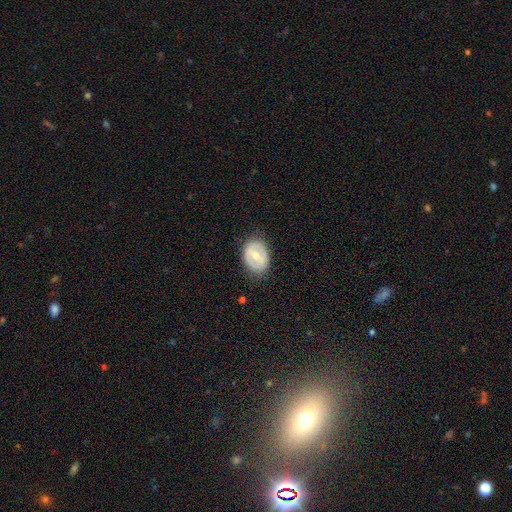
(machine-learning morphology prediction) Overall: featured or disk (51%; smooth 43%). Edge-on disk: no (94%). Merging: none (79%).